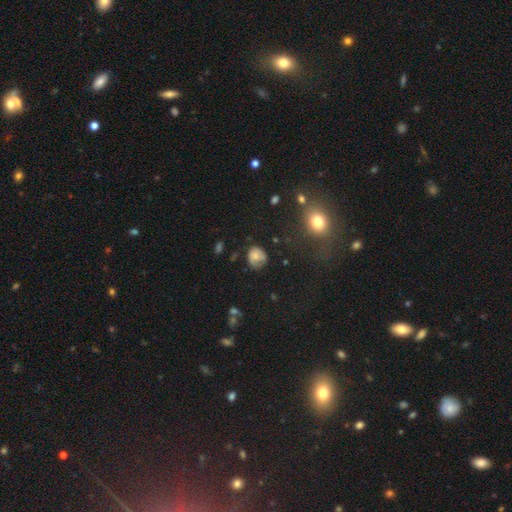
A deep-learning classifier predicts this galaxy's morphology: smooth 62%, featured or disk 26%, star or artifact 11%. Down the decision tree: how rounded — round (64%); merging — none (52%).